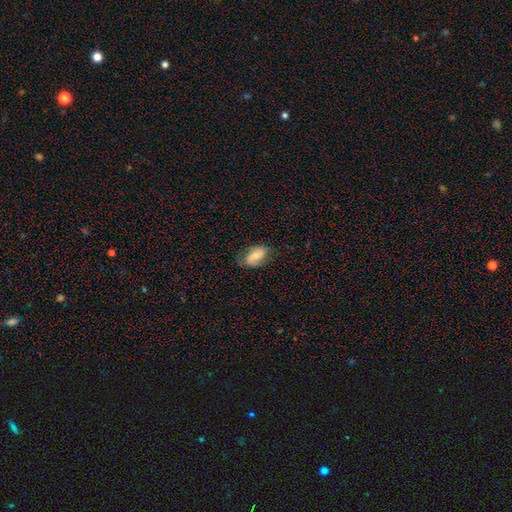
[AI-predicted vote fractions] This appears to be a smooth galaxy with no disk features (56%) that is in between round and cigar-shaped (89%). Merging: none (68%).